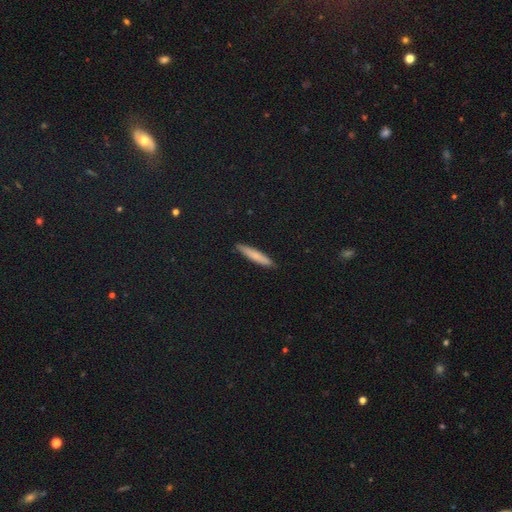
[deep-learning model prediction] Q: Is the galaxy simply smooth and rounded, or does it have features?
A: smooth — 75%.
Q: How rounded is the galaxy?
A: cigar-shaped — 92%.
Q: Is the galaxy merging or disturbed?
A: none — 90%.